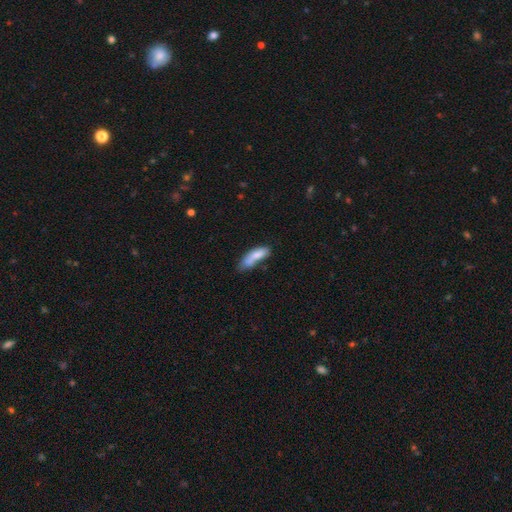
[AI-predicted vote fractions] smooth-or-featured: smooth: 75% | featured or disk: 17% | star or artifact: 8%
  how-rounded: in between: 56% | cigar-shaped: 42% | round: 2%
  merging: none: 35% | merger: 27% | minor disturbance: 26% | major disturbance: 13%